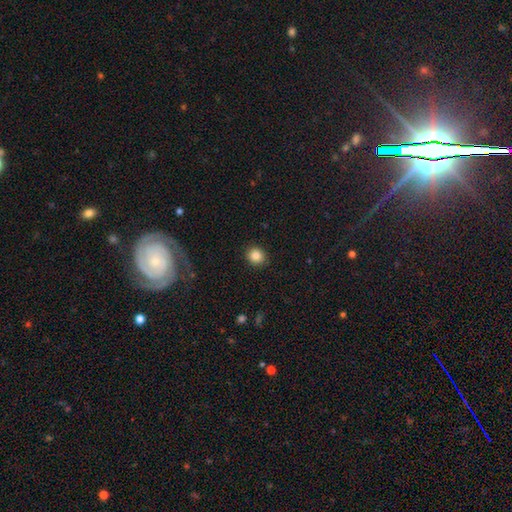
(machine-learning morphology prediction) A smooth galaxy with no disk features (85%) that is round (84%).

Vote fractions:
- Smooth or featured? smooth: 85% / star or artifact: 10% / featured or disk: 5%
- How rounded? round: 84% / in between: 15% / cigar-shaped: 1%
- Merging? none: 91% / minor disturbance: 6% / major disturbance: 2% / merger: 1%